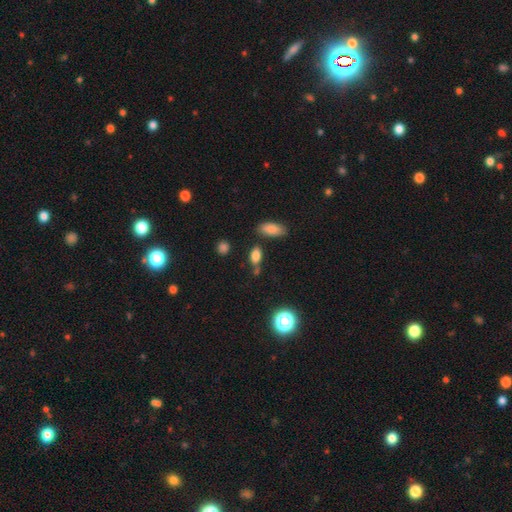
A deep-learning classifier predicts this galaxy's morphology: smooth_or_featured: smooth (p=0.78) [alt: star or artifact p=0.12]
how_rounded: in between (p=0.80) [alt: round p=0.10]
merging: none (p=0.62) [alt: minor disturbance p=0.17]